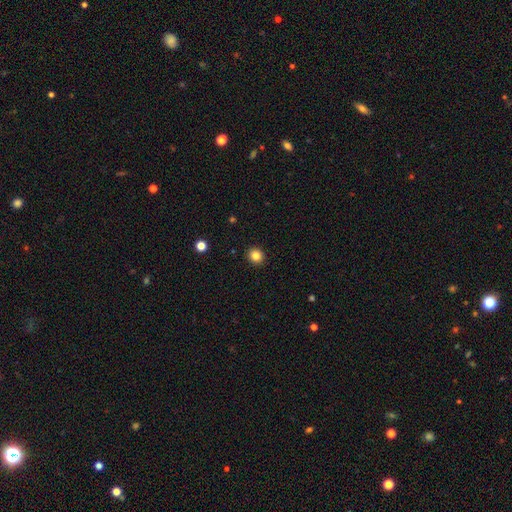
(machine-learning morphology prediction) A smooth galaxy with no disk features (84%) that is round (85%). Merging: none (92%).